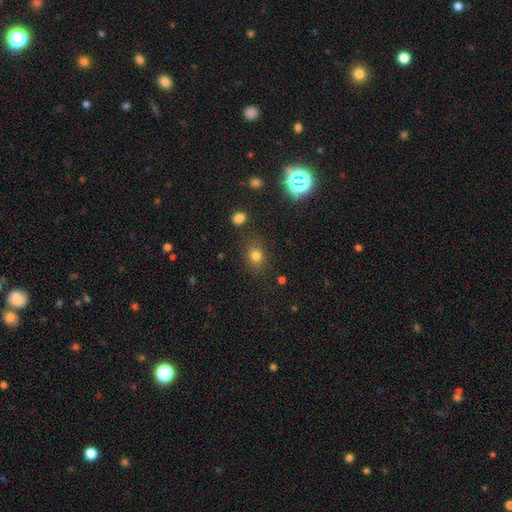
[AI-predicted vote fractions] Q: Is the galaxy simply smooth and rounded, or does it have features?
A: smooth — 77%.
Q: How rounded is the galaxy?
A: round — 56%.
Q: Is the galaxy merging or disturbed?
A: none — 79%.